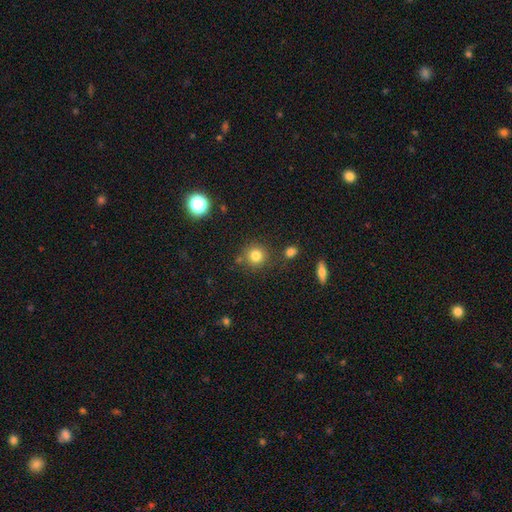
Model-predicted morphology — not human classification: This appears to be a smooth galaxy with no disk features (81%) that is round (91%). Merging: none (79%).